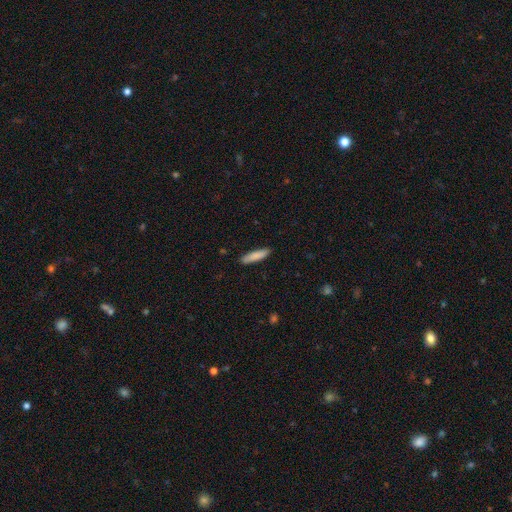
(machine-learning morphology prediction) This is clearly a smooth galaxy (85%). How rounded: likely cigar-shaped (79%). Merging: clearly none (89%).